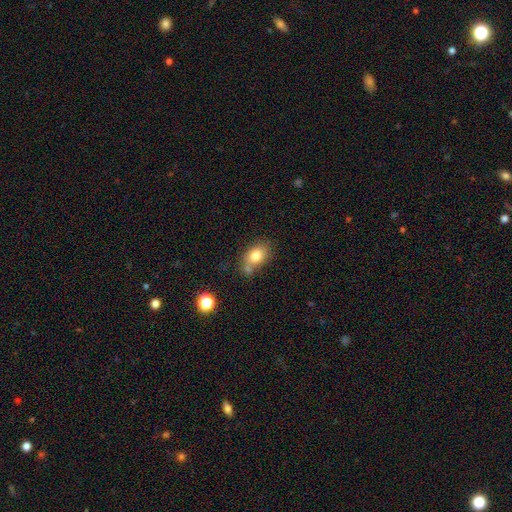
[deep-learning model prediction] smooth-or-featured: smooth: 79% | featured or disk: 12% | star or artifact: 9%
  how-rounded: in between: 76% | round: 22% | cigar-shaped: 2%
  merging: none: 52% | minor disturbance: 22% | merger: 19% | major disturbance: 7%